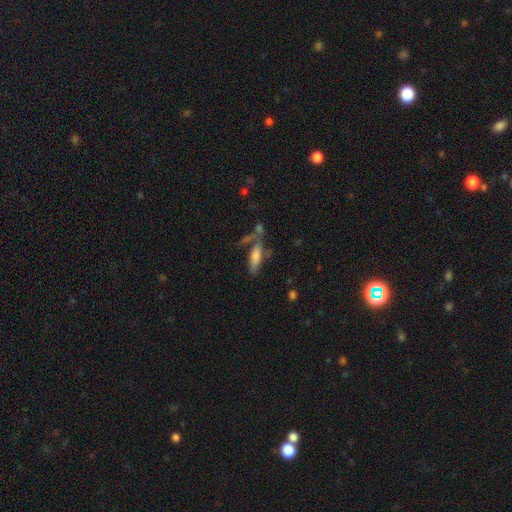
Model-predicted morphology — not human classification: smooth 65%, featured or disk 26%, star or artifact 9%. Down the decision tree: how rounded — cigar-shaped (56%); merging — none (49%).